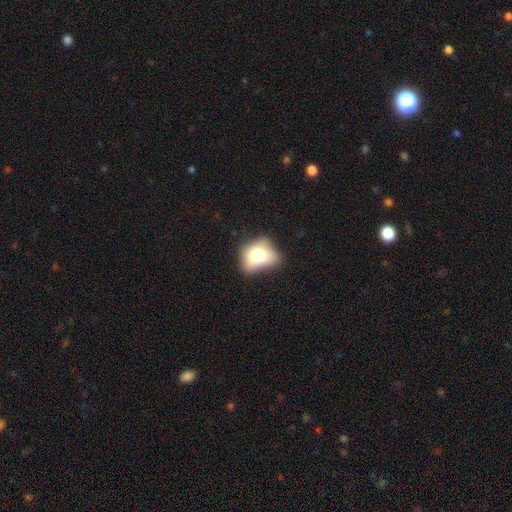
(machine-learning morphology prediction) Q: Smooth or featured?
A: smooth (70%); runner-up: featured or disk (20%)
Q: How rounded?
A: in between (65%); runner-up: round (34%)
Q: Merging?
A: none (35%); runner-up: minor disturbance (28%)